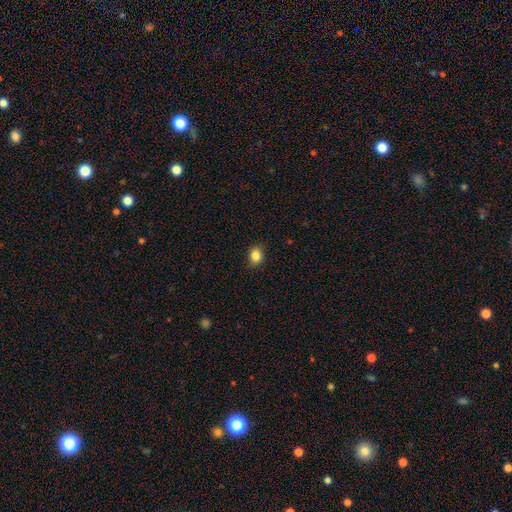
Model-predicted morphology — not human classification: This appears to be a smooth galaxy with no disk features (86%) that is in between round and cigar-shaped (57%). Merging: none (86%).